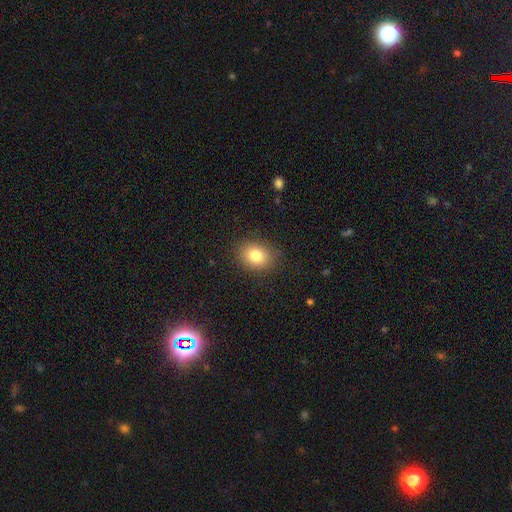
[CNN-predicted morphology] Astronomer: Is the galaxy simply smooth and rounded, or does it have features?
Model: smooth — 82%.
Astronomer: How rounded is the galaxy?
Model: in between — 52% (runner-up: round, 47%).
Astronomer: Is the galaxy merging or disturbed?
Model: none — 87%.